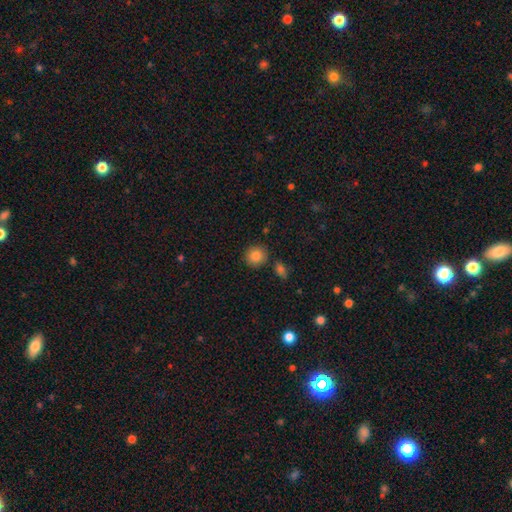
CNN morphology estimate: smooth-or-featured: smooth: 85% | star or artifact: 9% | featured or disk: 6%
  how-rounded: round: 89% | in between: 10% | cigar-shaped: 1%
  merging: none: 83% | minor disturbance: 8% | merger: 6% | major disturbance: 2%